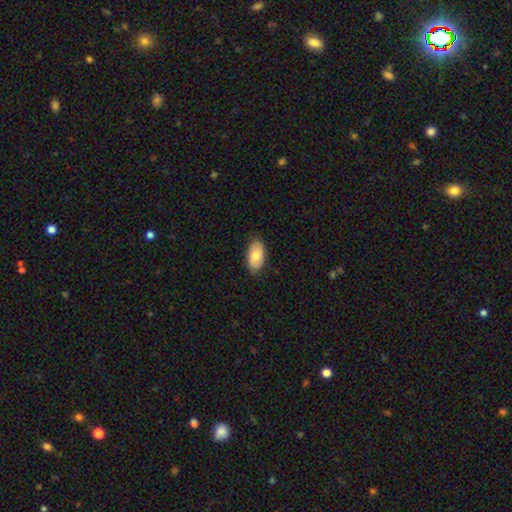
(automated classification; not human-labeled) The model was most divided on "smooth or featured": smooth: 74%, featured or disk: 20%, star or artifact: 6%. More confident: how rounded — in between (94%); merging — none (84%).